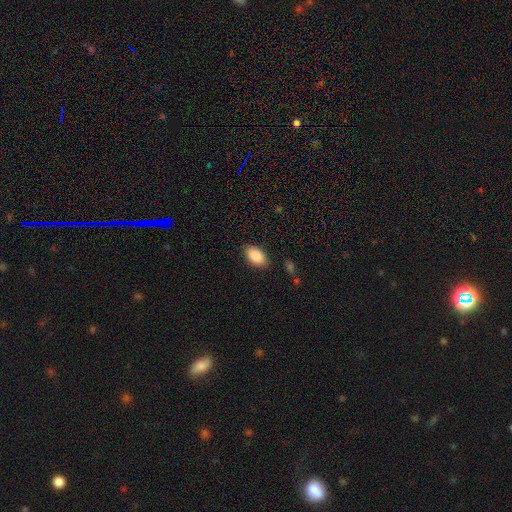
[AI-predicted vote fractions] A smooth galaxy with no disk features (86%) that is in between round and cigar-shaped (93%). Merging: none (87%).